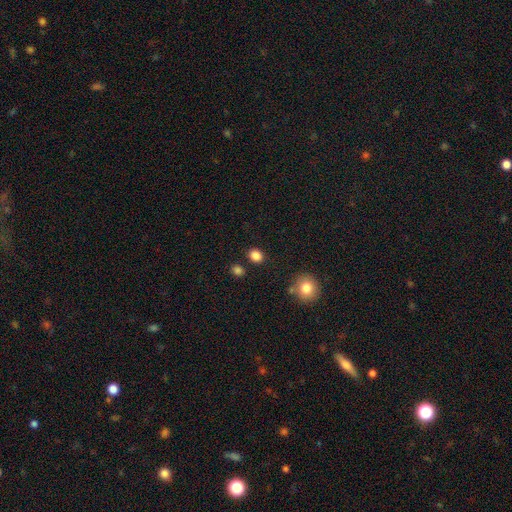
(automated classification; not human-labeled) A smooth galaxy with no disk features (85%) that is round (61%).

Vote fractions:
- Smooth or featured? smooth: 85% / star or artifact: 11% / featured or disk: 4%
- How rounded? round: 61% / in between: 38% / cigar-shaped: 1%
- Merging? none: 84% / minor disturbance: 8% / merger: 5% / major disturbance: 3%